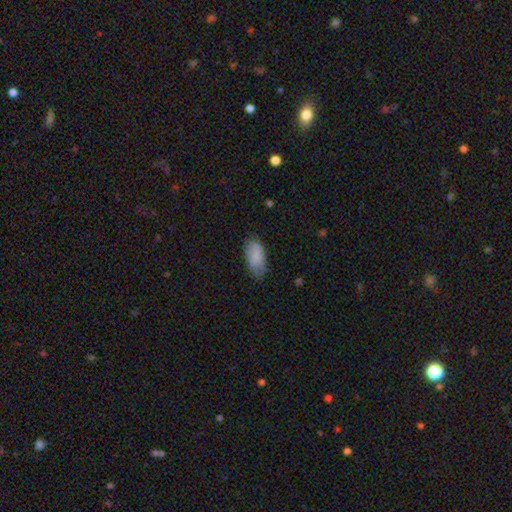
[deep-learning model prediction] This appears to be a smooth galaxy with no disk features (83%) that is in between round and cigar-shaped (93%). Merging: none (66%).